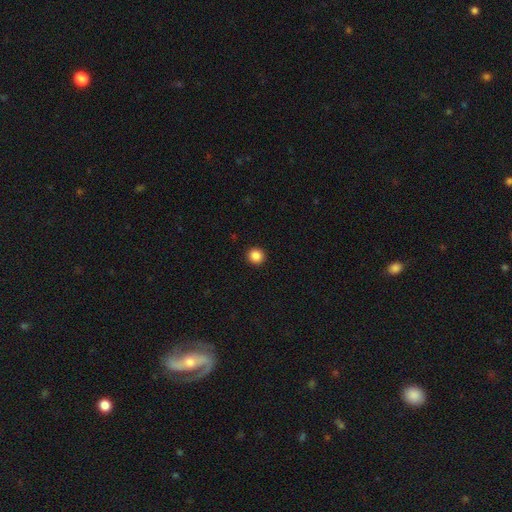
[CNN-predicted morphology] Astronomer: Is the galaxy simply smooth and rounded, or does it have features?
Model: smooth — 87%.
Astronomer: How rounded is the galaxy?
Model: round — 94%.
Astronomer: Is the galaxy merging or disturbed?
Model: none — 93%.